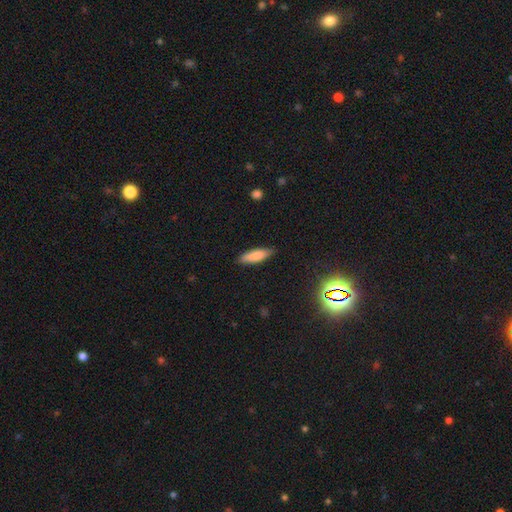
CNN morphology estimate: smooth_or_featured: smooth (p=0.81) [alt: featured or disk p=0.12]
how_rounded: cigar-shaped (p=0.54) [alt: in between p=0.44]
merging: none (p=0.86) [alt: minor disturbance p=0.11]